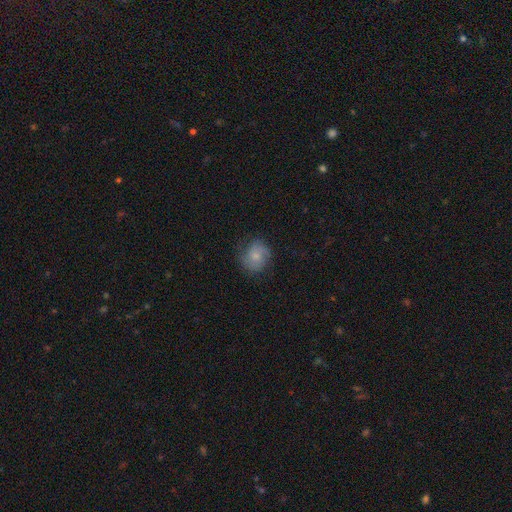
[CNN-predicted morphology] Overall: smooth (65%; featured or disk 27%). How rounded: round (74%). Merging: none (70%).